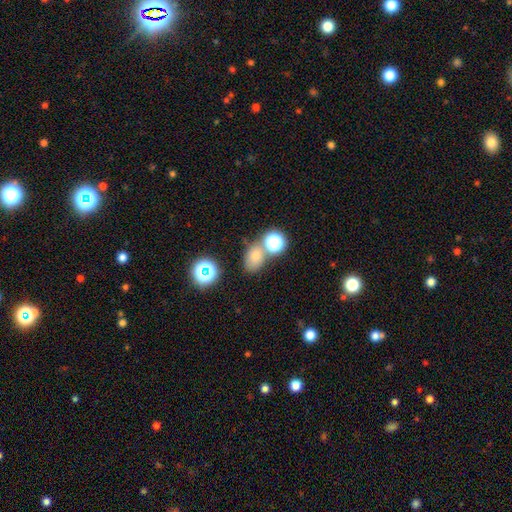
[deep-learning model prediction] This is likely a smooth galaxy (69%). How rounded: likely in between (61%). Merging: possibly none (59%).